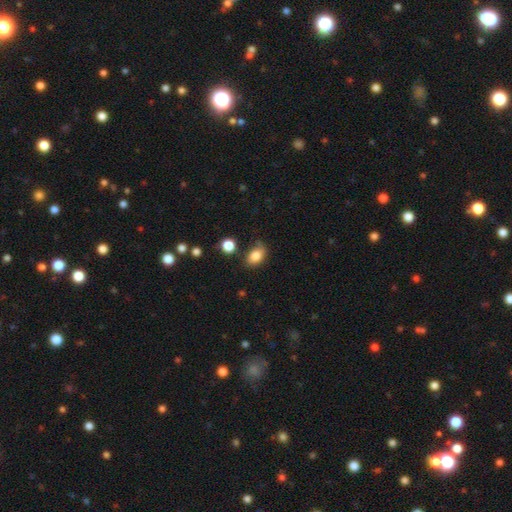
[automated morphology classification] A smooth galaxy with no disk features (83%) that is in between round and cigar-shaped (80%).

Vote fractions:
- Smooth or featured? smooth: 83% / star or artifact: 9% / featured or disk: 7%
- How rounded? in between: 80% / round: 18% / cigar-shaped: 2%
- Merging? none: 63% / minor disturbance: 26% / major disturbance: 6% / merger: 5%